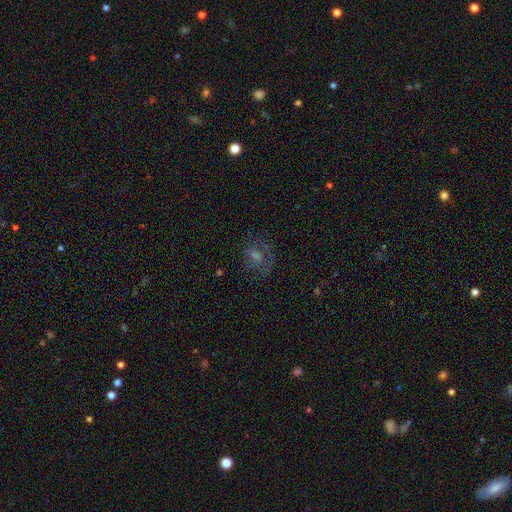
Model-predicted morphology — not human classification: Smooth or featured?
  - featured or disk: 52% *
  - smooth: 28%
  - star or artifact: 21%
Edge-on disk?
  - no: 96% *
  - yes: 4%
Merging?
  - none: 66% *
  - minor disturbance: 17%
  - major disturbance: 15%
  - merger: 2%